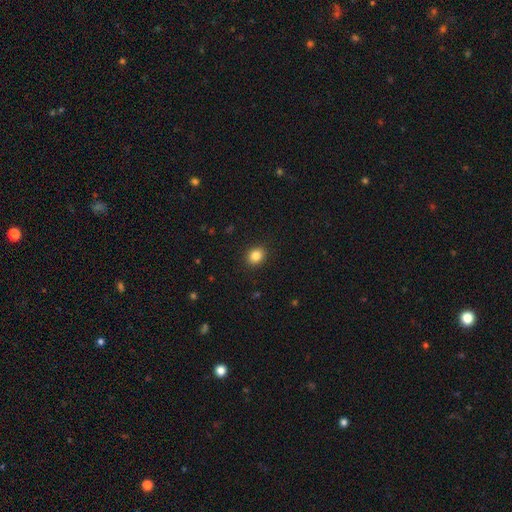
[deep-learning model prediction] Morphology: type=smooth (85%); roundness=round (57%); merging=none (90%).